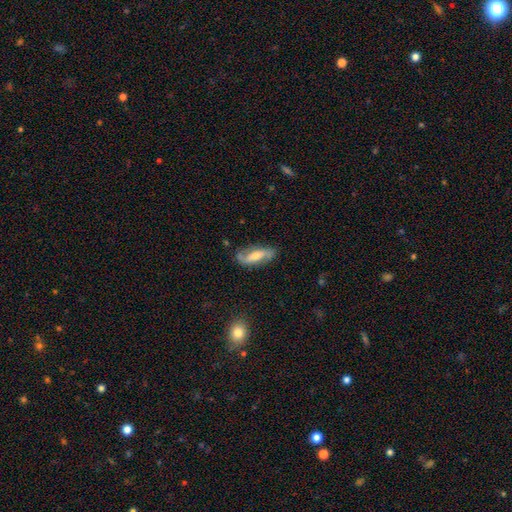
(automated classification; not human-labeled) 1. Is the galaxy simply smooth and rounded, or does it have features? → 62% featured or disk, 31% smooth, 7% star or artifact.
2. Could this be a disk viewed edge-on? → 81% no, 19% yes.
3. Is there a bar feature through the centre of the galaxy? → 38% weak, 34% no, 28% strong.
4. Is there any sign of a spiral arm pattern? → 89% yes, 11% no.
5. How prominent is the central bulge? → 53% moderate, 33% small, 8% large, 5% none, 2% dominant.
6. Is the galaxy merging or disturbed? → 75% none, 18% minor disturbance, 5% major disturbance, 2% merger.